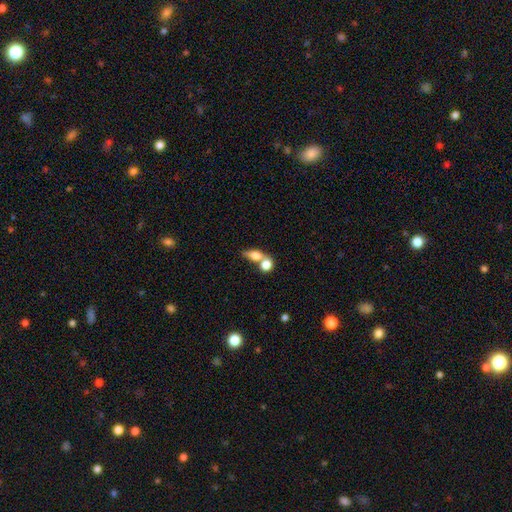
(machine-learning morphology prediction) Smooth or featured? smooth (71%)
How rounded? in between (52%)
Merging? merger (51%)